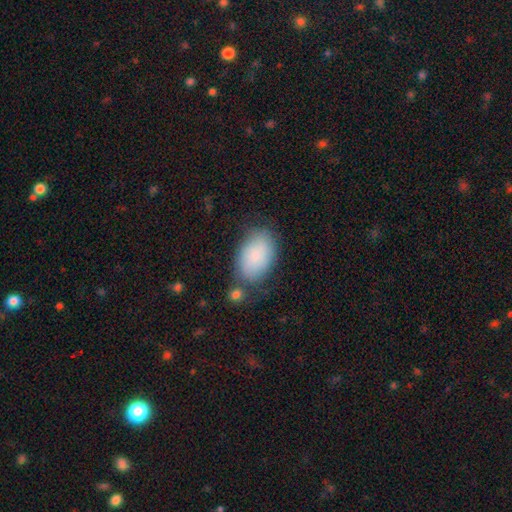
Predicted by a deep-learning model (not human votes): Morphology: type=smooth (85%); roundness=in between (92%); merging=none (70%).